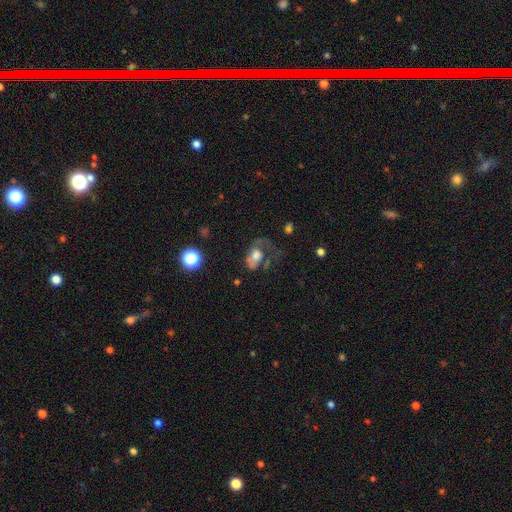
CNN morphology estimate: Overall: featured or disk (48%; smooth 41%). Merging: major disturbance (55%; none 22%).